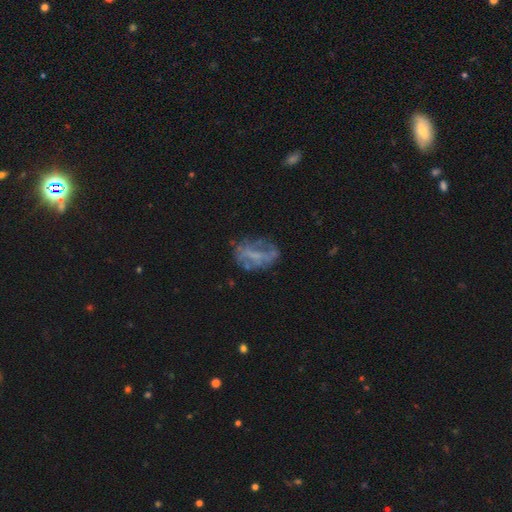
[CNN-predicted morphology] Smooth or featured: featured or disk — 58% (smooth — 30%)
Edge-on disk: no — 95% (yes — 5%)
Bar: no — 54% (weak — 29%)
Spiral arms: no — 73% (yes — 27%)
Bulge size: none — 61% (small — 22%)
Merging: none — 52% (minor disturbance — 23%)